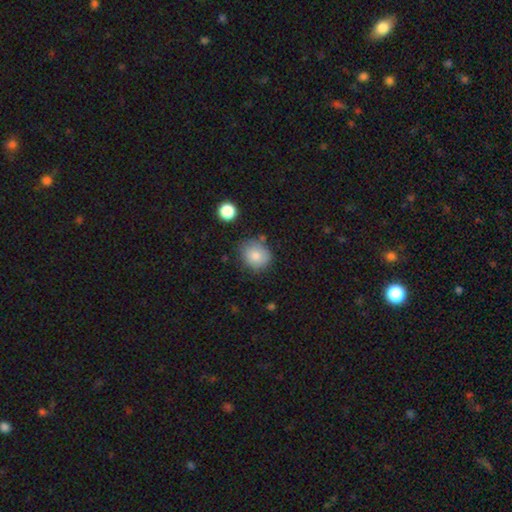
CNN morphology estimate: smooth_or_featured: smooth (p=0.82) [alt: star or artifact p=0.09]
how_rounded: round (p=0.75) [alt: in between p=0.24]
merging: none (p=0.73) [alt: minor disturbance p=0.18]